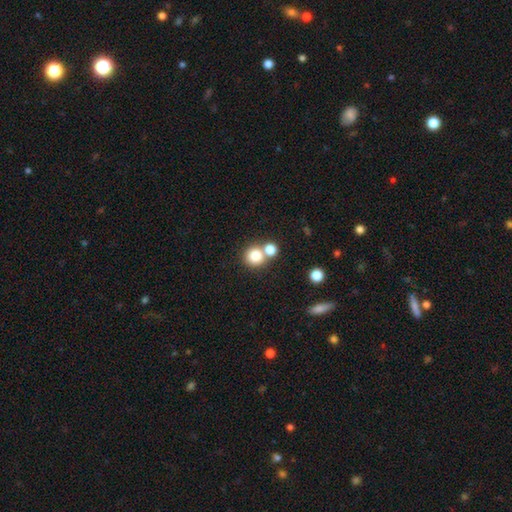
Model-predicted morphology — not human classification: Overall: smooth (81%). How rounded: round (90%). Merging: none (55%; merger 35%).